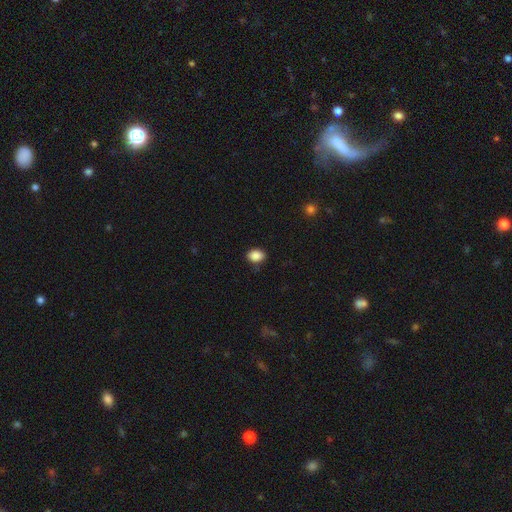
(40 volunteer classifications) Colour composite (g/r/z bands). It shows a smooth galaxy with no disk features (92%) that is in between round and cigar-shaped (86%). Merging: none (89%).